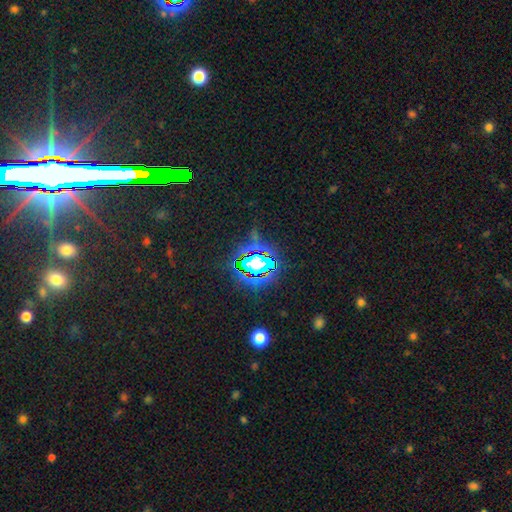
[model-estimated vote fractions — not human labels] star or artifact 83%, smooth 9%, featured or disk 8%.